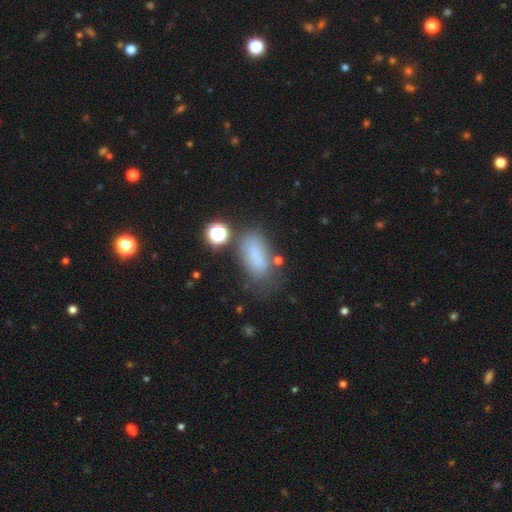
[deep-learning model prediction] Smooth or featured? smooth (75%)
How rounded? in between (86%)
Merging? none (56%)